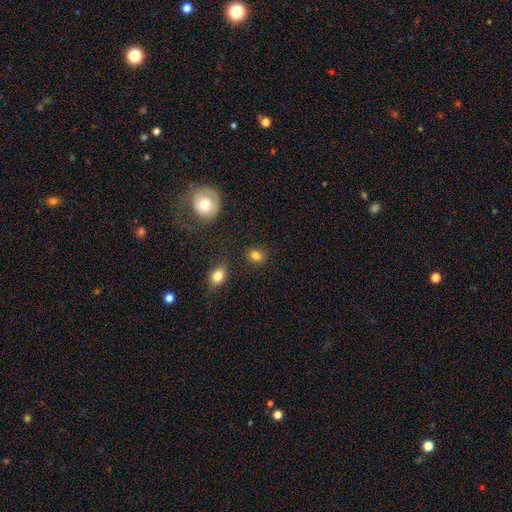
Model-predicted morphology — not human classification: A smooth galaxy with no disk features (83%) that is round (61%). Merging: none (83%).